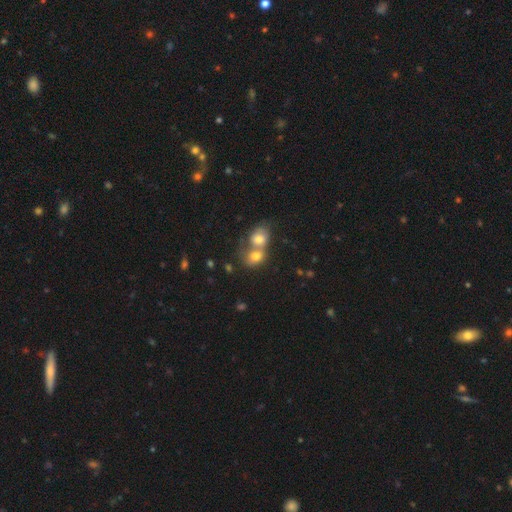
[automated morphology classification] smooth-or-featured: smooth: 61% | featured or disk: 21% | star or artifact: 18%
  how-rounded: round: 63% | in between: 35% | cigar-shaped: 2%
  merging: merger: 65% | none: 26% | minor disturbance: 6% | major disturbance: 4%